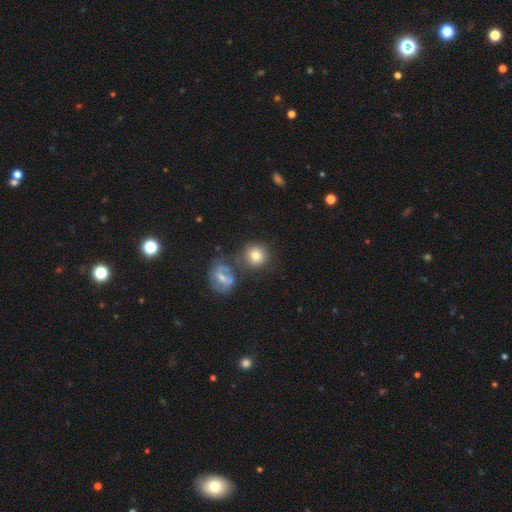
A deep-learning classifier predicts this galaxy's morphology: A smooth galaxy with no disk features (72%) that is round (89%).

Vote fractions:
- Smooth or featured? smooth: 72% / featured or disk: 18% / star or artifact: 9%
- How rounded? round: 89% / in between: 10% / cigar-shaped: 1%
- Merging? none: 63% / merger: 19% / minor disturbance: 12% / major disturbance: 5%